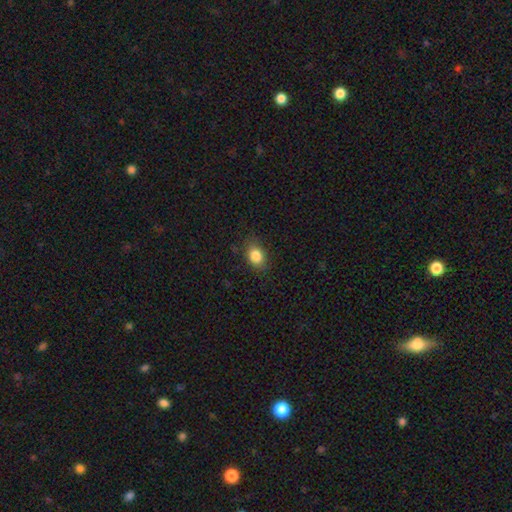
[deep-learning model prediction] This appears to be a smooth galaxy with no disk features (84%) that is in between round and cigar-shaped (63%). Merging: none (82%).